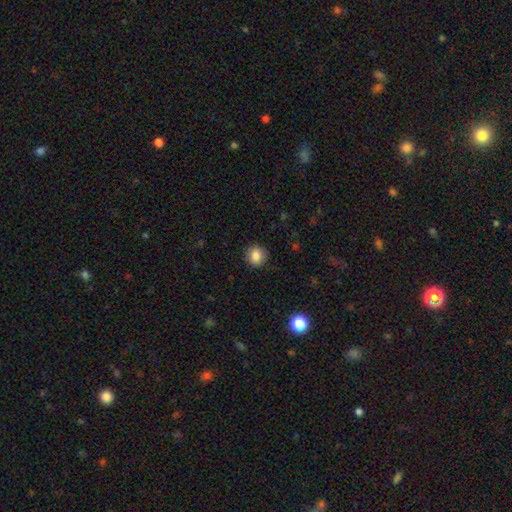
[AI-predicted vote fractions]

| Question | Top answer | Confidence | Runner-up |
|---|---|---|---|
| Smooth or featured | smooth | 86% | star or artifact (10%) |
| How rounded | round | 86% | in between (13%) |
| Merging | none | 88% | minor disturbance (9%) |